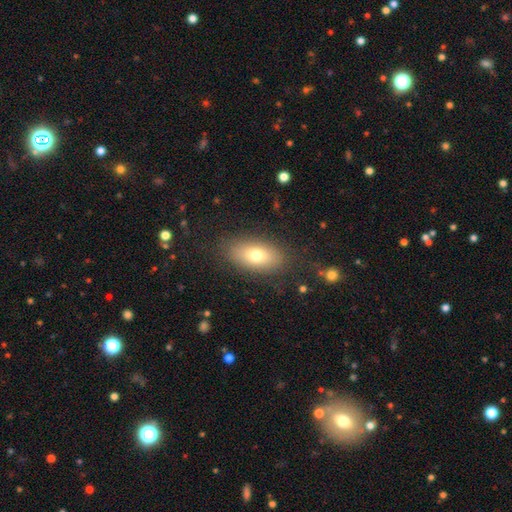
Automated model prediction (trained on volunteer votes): A smooth galaxy with no disk features (72%) that is in between round and cigar-shaped (87%).

Vote fractions:
- Smooth or featured? smooth: 72% / featured or disk: 18% / star or artifact: 10%
- How rounded? in between: 87% / cigar-shaped: 8% / round: 6%
- Merging? none: 84% / minor disturbance: 10% / major disturbance: 4% / merger: 2%